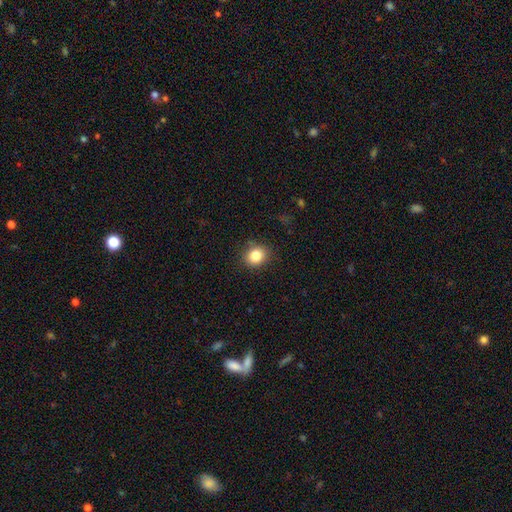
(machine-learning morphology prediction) Smooth or featured: smooth — 84% (star or artifact — 11%)
How rounded: round — 76% (in between — 23%)
Merging: none — 85% (minor disturbance — 11%)